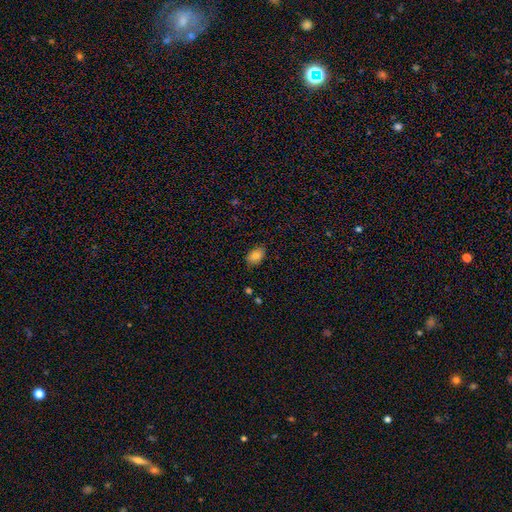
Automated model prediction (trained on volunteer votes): The model was most divided on "how rounded": in between: 84%, round: 15%, cigar-shaped: 1%. More confident: merging — none (83%); smooth or featured — smooth (82%).